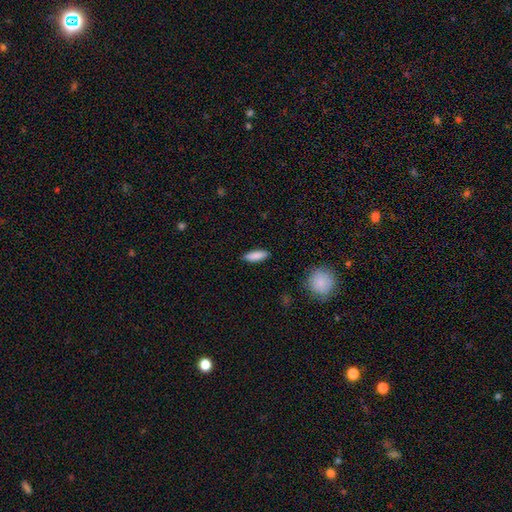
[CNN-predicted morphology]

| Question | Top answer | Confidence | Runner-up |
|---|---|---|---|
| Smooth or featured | smooth | 88% | star or artifact (6%) |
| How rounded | in between | 56% | cigar-shaped (43%) |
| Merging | none | 89% | minor disturbance (8%) |